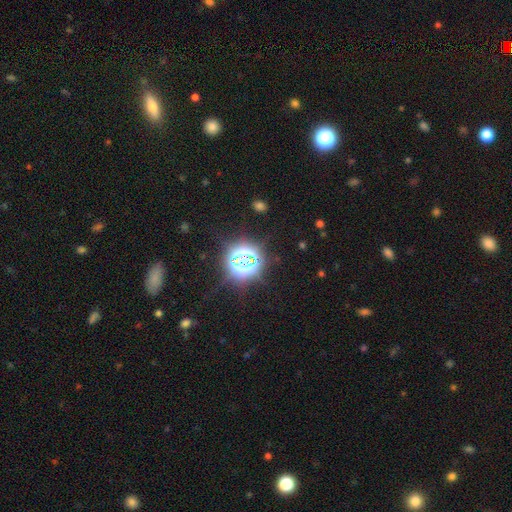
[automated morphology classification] The model was most divided on "smooth or featured": star or artifact: 77%, smooth: 17%, featured or disk: 7%.